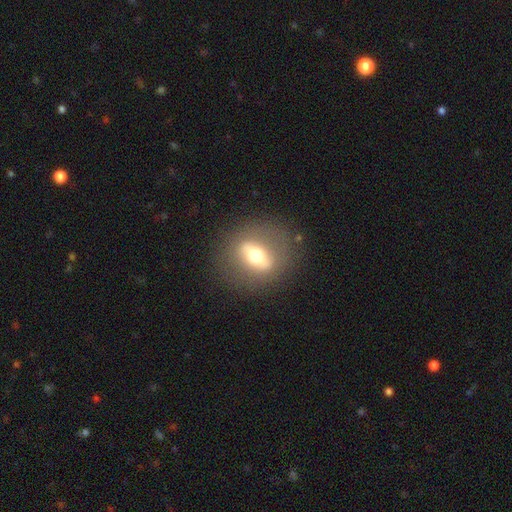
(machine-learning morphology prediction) Smooth or featured?
  - featured or disk: 57% *
  - smooth: 34%
  - star or artifact: 8%
Edge-on disk?
  - no: 62% *
  - yes: 38%
Merging?
  - none: 82% *
  - minor disturbance: 11%
  - major disturbance: 6%
  - merger: 1%